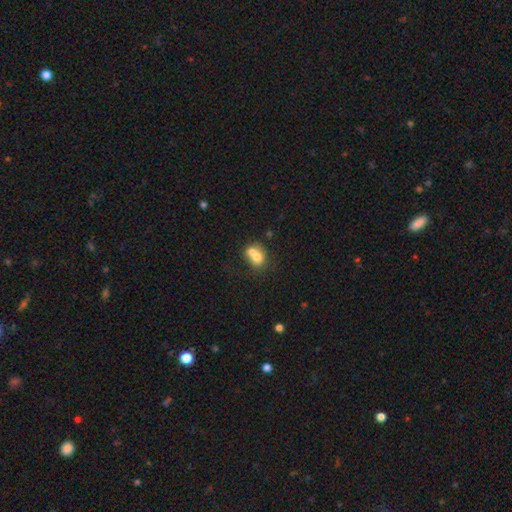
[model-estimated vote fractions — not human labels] This is likely a smooth galaxy (68%). How rounded: possibly round (57%). Merging: likely merger (62%).